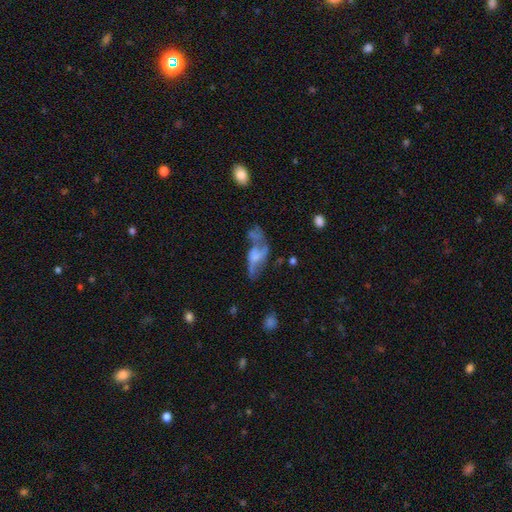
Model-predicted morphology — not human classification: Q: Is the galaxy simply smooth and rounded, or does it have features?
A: featured or disk — 55%.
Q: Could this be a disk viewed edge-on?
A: no — 87%.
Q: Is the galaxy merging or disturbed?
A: major disturbance — 34%.